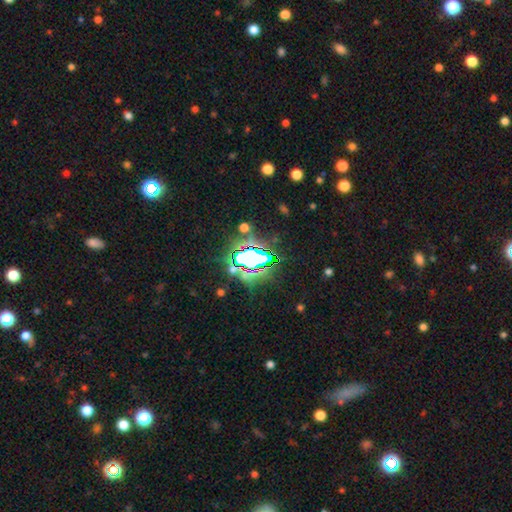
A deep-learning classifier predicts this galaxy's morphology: Smooth or featured? star or artifact (75%)